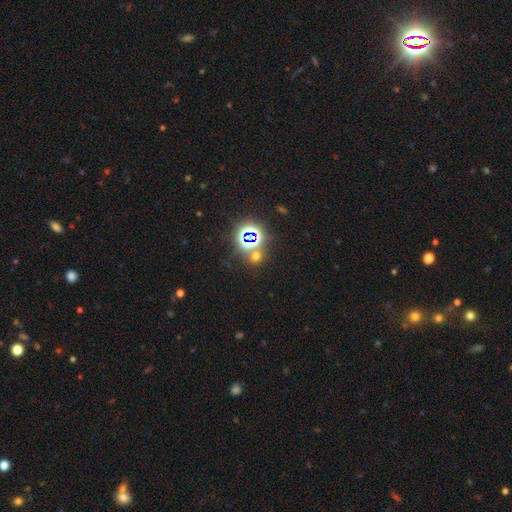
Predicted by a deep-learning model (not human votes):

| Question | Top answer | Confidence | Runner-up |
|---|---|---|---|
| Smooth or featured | star or artifact | 57% | smooth (36%) |